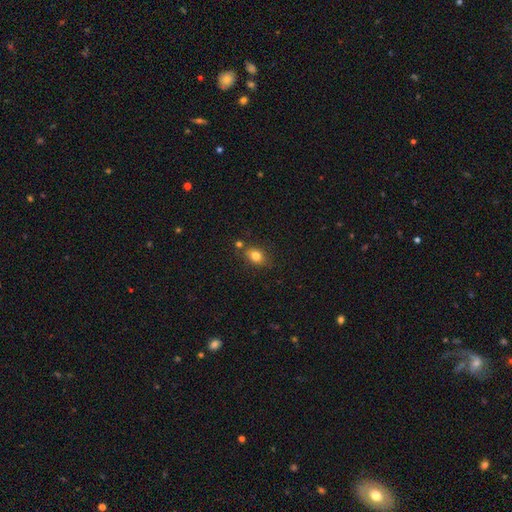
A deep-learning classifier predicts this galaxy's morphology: smooth_or_featured: smooth (p=0.78) [alt: star or artifact p=0.12]
how_rounded: in between (p=0.57) [alt: round p=0.40]
merging: none (p=0.70) [alt: minor disturbance p=0.16]